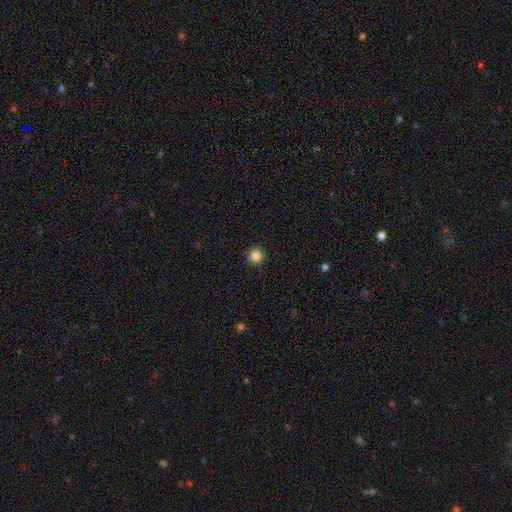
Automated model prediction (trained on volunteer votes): Q: Smooth or featured?
A: smooth (85%); runner-up: star or artifact (11%)
Q: How rounded?
A: round (93%); runner-up: in between (6%)
Q: Merging?
A: none (92%); runner-up: minor disturbance (5%)